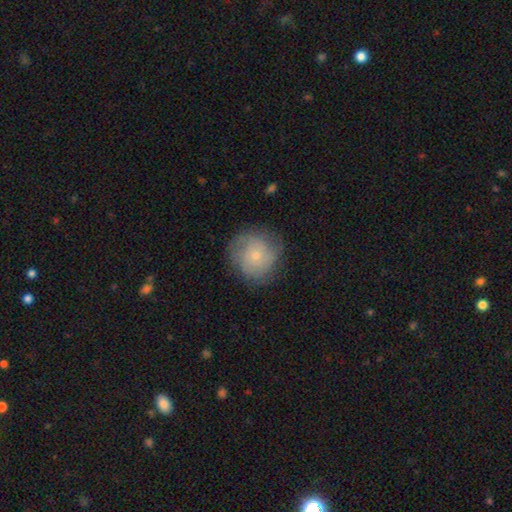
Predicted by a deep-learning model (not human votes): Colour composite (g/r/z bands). It shows a smooth galaxy with no disk features (47%). Merging: none (74%).